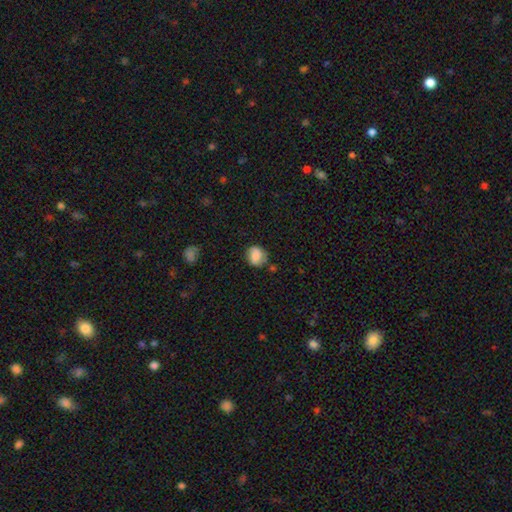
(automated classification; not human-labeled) smooth-or-featured: smooth: 69% | featured or disk: 22% | star or artifact: 9%
  how-rounded: round: 72% | in between: 26% | cigar-shaped: 1%
  merging: none: 71% | minor disturbance: 20% | major disturbance: 5% | merger: 4%